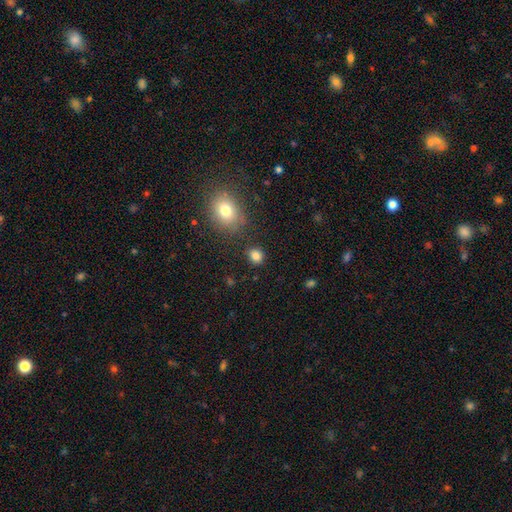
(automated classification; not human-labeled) Overall: smooth (84%). How rounded: round (73%). Merging: none (84%).